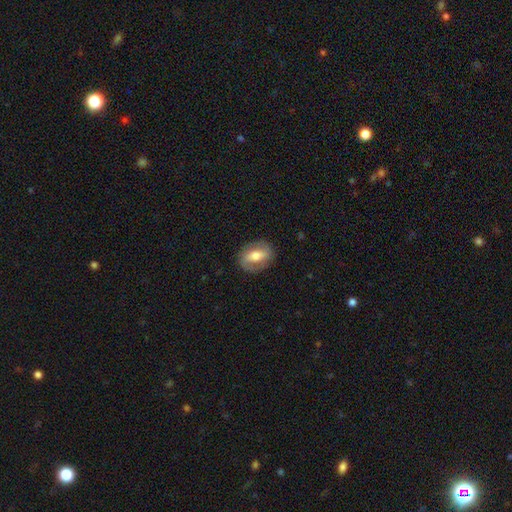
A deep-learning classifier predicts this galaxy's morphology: This appears to be a featured or disk galaxy (57%) with a strong bar (45%), spiral arms (64%) and a moderate central bulge (64%). Merging: none (82%).